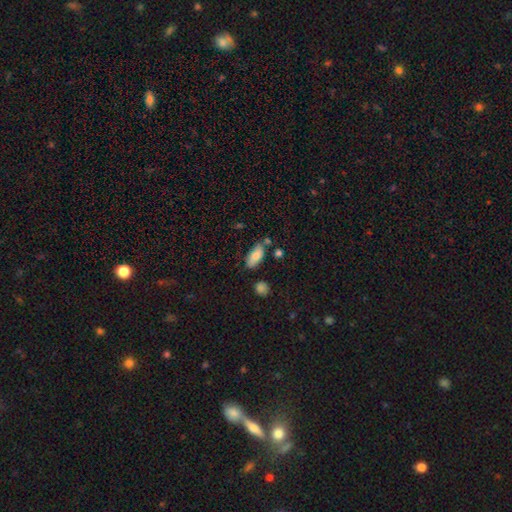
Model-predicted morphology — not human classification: Smooth or featured? smooth (80%)
How rounded? in between (87%)
Merging? none (68%)